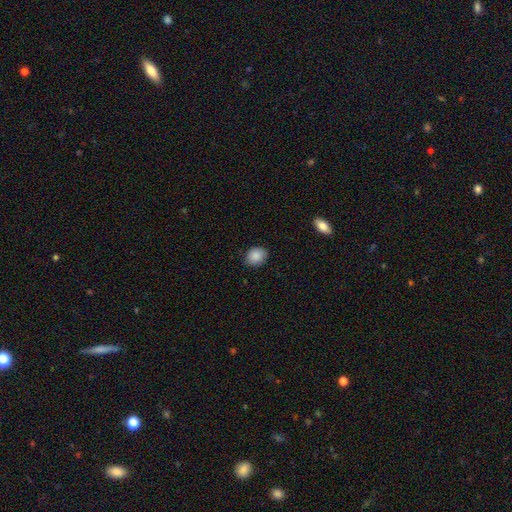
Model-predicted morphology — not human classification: This is clearly a smooth galaxy (88%). How rounded: possibly round (50%). Merging: clearly none (83%).